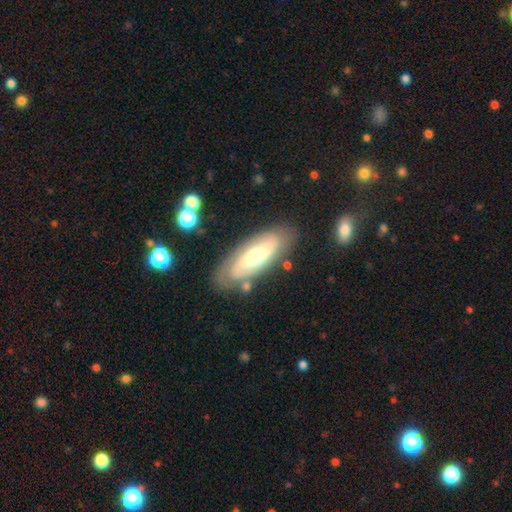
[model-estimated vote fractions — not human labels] Overall: featured or disk (61%; smooth 33%). Edge-on disk: no (81%). Merging: none (77%).